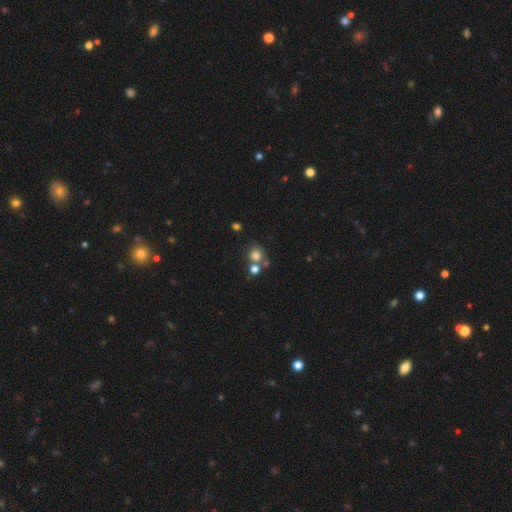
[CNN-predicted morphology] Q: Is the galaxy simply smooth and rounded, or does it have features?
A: smooth — 76%.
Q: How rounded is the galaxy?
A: round — 81%.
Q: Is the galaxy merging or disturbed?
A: none — 51%.